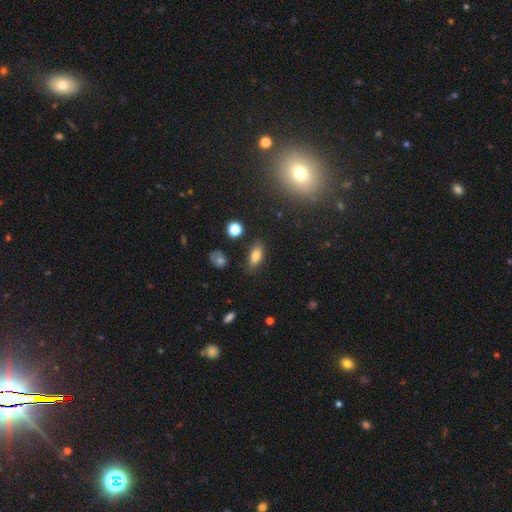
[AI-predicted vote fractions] Smooth or featured?
  - smooth: 80% *
  - featured or disk: 10%
  - star or artifact: 10%
How rounded?
  - in between: 85% *
  - cigar-shaped: 10%
  - round: 5%
Merging?
  - none: 79% *
  - minor disturbance: 15%
  - major disturbance: 4%
  - merger: 3%